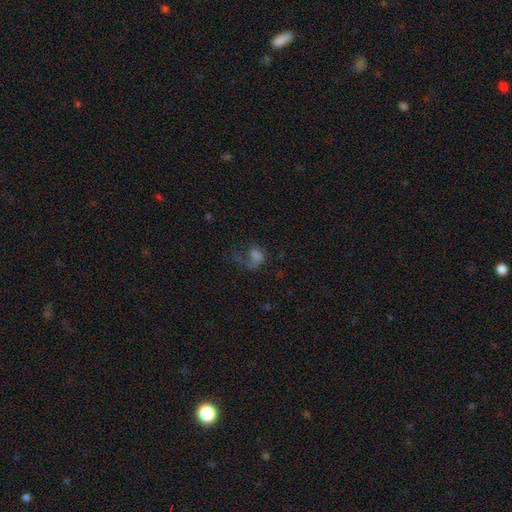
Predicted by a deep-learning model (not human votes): Overall: featured or disk (42%; smooth 41%). Merging: major disturbance (51%; none 28%).